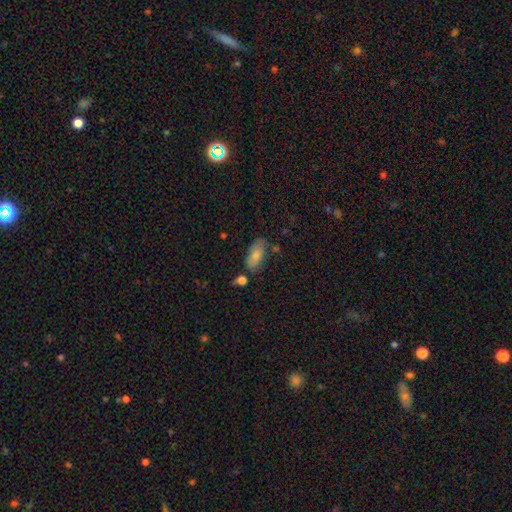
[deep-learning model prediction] Smooth or featured? smooth (80%)
How rounded? in between (86%)
Merging? none (62%)